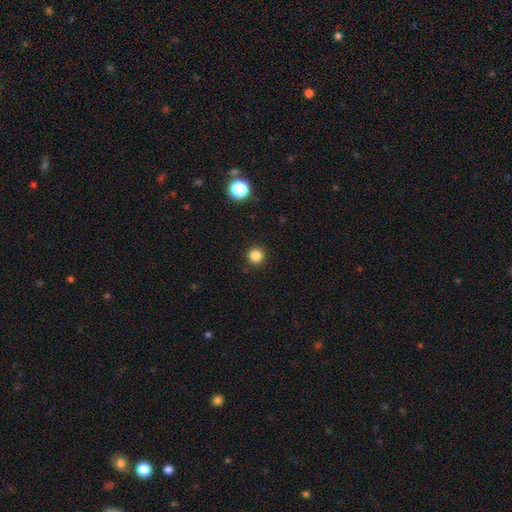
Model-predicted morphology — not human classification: smooth 84%, star or artifact 12%, featured or disk 3%. Down the decision tree: how rounded — round (96%); merging — none (92%).